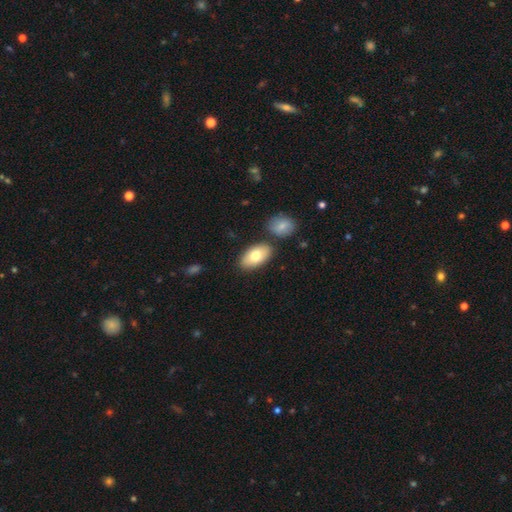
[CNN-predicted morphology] Smooth or featured: smooth — 75% (featured or disk — 19%)
How rounded: in between — 93% (round — 5%)
Merging: none — 79% (minor disturbance — 10%)